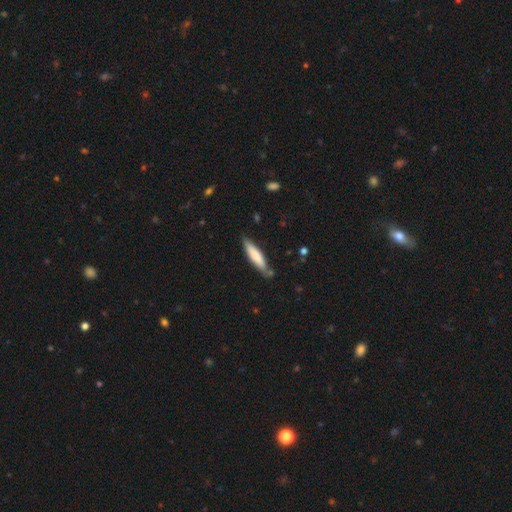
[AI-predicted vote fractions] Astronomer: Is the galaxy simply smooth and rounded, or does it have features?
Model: smooth — 72%.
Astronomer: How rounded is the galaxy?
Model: cigar-shaped — 77%.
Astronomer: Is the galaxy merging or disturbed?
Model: none — 77%.